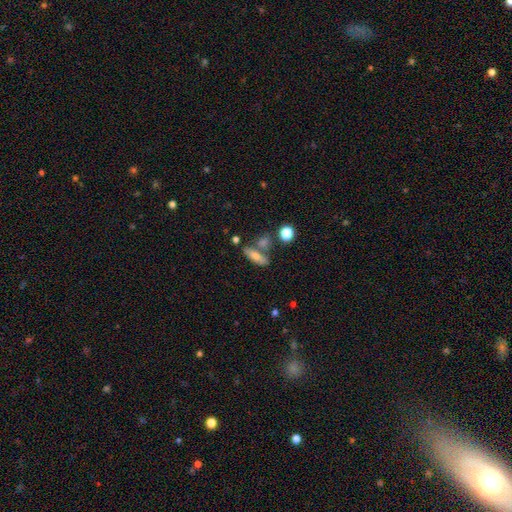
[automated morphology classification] type=smooth (69%); roundness=in between (52%); merging=none (59%).